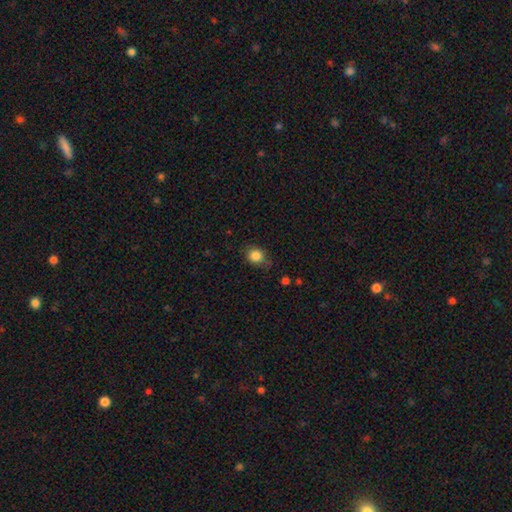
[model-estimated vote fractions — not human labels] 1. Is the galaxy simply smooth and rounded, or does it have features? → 85% smooth, 11% star or artifact, 5% featured or disk.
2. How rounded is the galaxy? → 79% round, 20% in between, 1% cigar-shaped.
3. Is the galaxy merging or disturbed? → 77% none, 17% minor disturbance, 4% major disturbance, 2% merger.